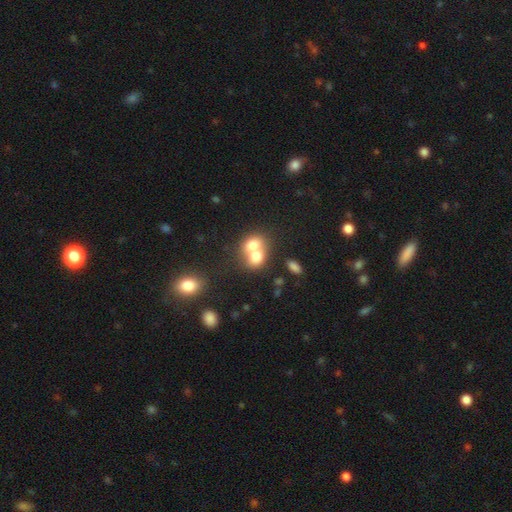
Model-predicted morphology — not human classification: A smooth galaxy with no disk features (70%) that is round (51%).

Vote fractions:
- Smooth or featured? smooth: 70% / featured or disk: 20% / star or artifact: 10%
- How rounded? round: 51% / in between: 48% / cigar-shaped: 1%
- Merging? merger: 71% / none: 20% / minor disturbance: 5% / major disturbance: 3%